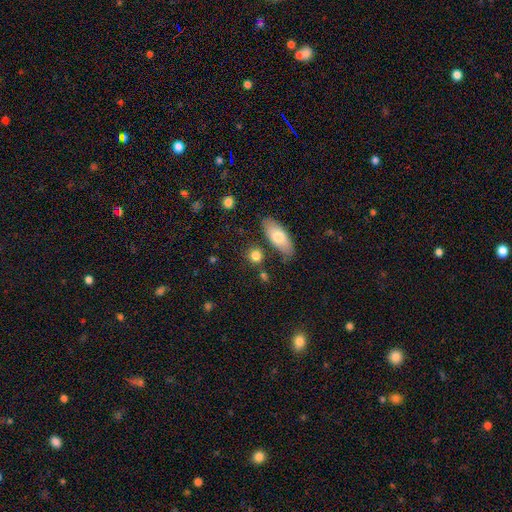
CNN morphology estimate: Smooth or featured: smooth — 83% (featured or disk — 9%)
How rounded: round — 64% (in between — 30%)
Merging: none — 75% (minor disturbance — 12%)